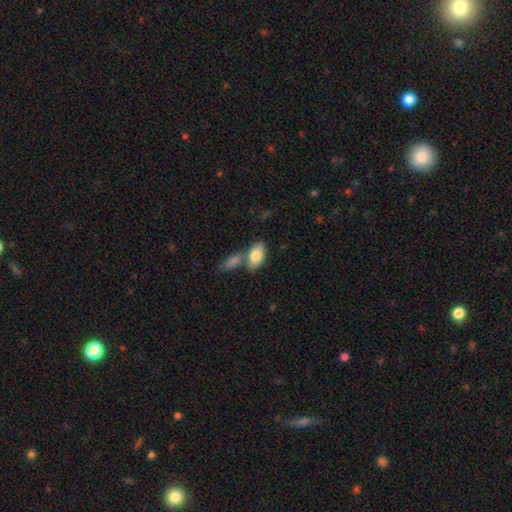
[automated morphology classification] A smooth galaxy with no disk features (80%) that is in between round and cigar-shaped (92%). Merging: none (52%).